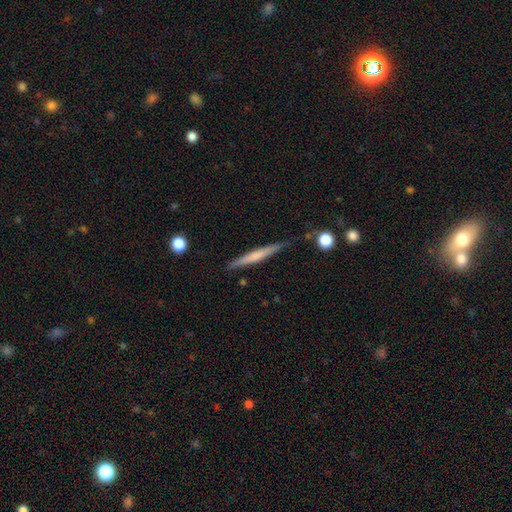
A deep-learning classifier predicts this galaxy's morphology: This appears to be a smooth galaxy with no disk features (50%) that is cigar-shaped (96%). Merging: none (82%).